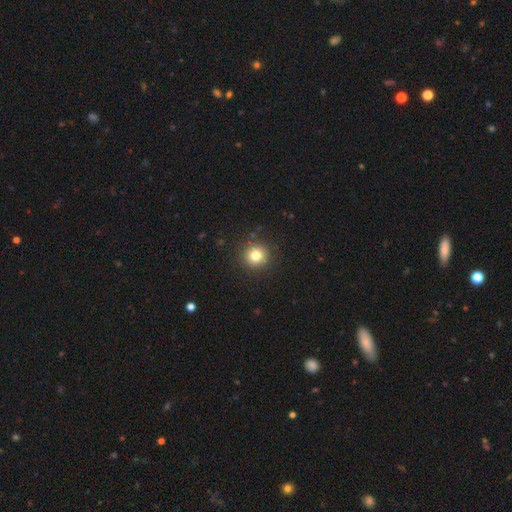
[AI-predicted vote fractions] smooth 80%, star or artifact 12%, featured or disk 7%. Down the decision tree: how rounded — round (93%); merging — none (90%).